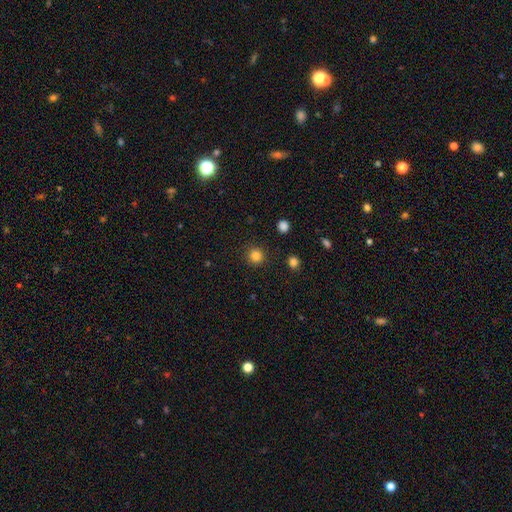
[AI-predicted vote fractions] Smooth or featured: smooth — 83% (star or artifact — 13%)
How rounded: round — 94% (in between — 6%)
Merging: none — 91% (minor disturbance — 6%)